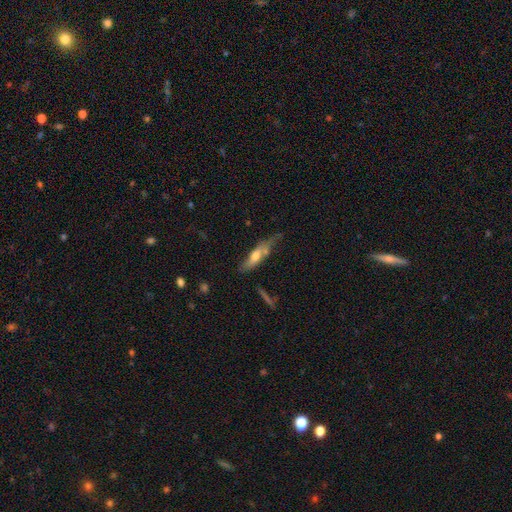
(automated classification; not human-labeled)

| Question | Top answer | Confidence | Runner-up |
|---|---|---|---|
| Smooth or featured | smooth | 50% | featured or disk (43%) |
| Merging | none | 43% | minor disturbance (29%) |